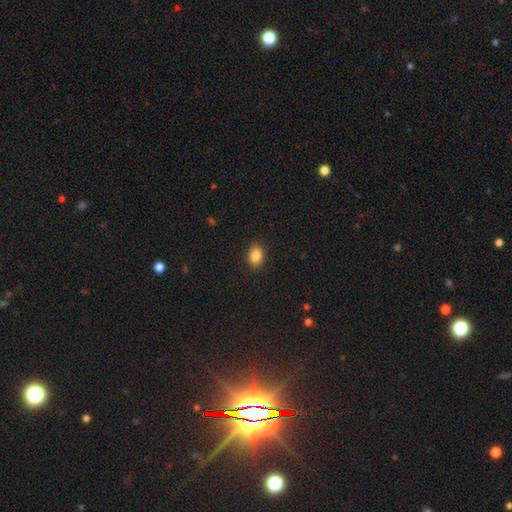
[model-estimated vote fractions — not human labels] Smooth or featured: smooth — 86% (star or artifact — 9%)
How rounded: in between — 78% (round — 20%)
Merging: none — 90% (minor disturbance — 7%)